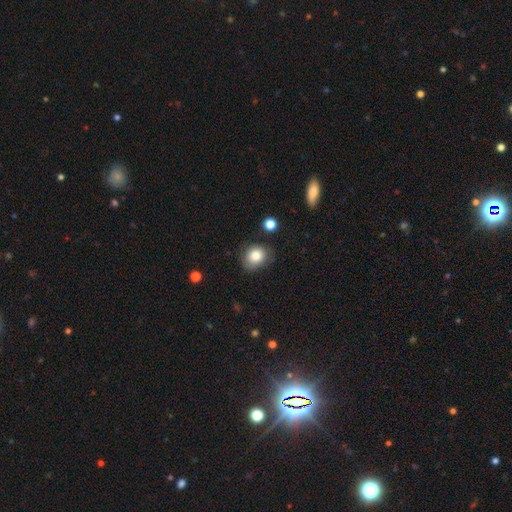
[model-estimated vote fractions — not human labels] Smooth or featured: smooth — 83% (star or artifact — 9%)
How rounded: round — 67% (in between — 32%)
Merging: none — 73% (minor disturbance — 19%)